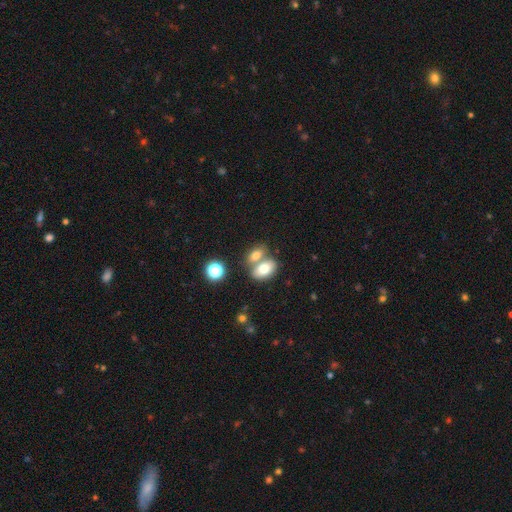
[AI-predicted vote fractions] A smooth galaxy with no disk features (75%) that is in between round and cigar-shaped (83%).

Vote fractions:
- Smooth or featured? smooth: 75% / featured or disk: 15% / star or artifact: 10%
- How rounded? in between: 83% / round: 14% / cigar-shaped: 3%
- Merging? merger: 51% / none: 37% / minor disturbance: 9% / major disturbance: 4%